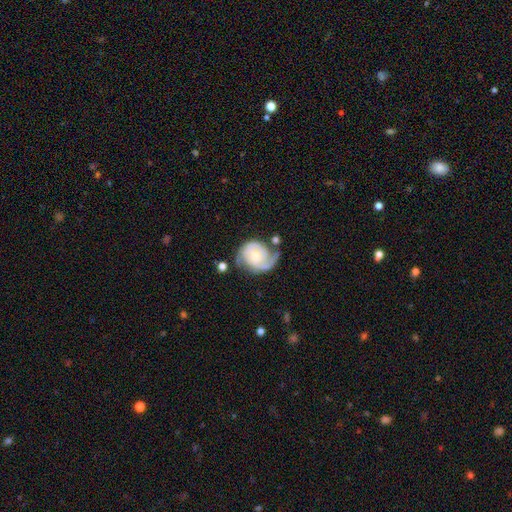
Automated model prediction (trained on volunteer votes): smooth_or_featured: featured or disk (p=0.83) [alt: smooth p=0.12]
disk_edge_on: no (p=0.98) [alt: yes p=0.02]
bar: no (p=0.70) [alt: weak p=0.26]
has_spiral_arms: yes (p=0.95) [alt: no p=0.05]
spiral_winding: tight (p=0.47) [alt: medium p=0.38]
spiral_arm_count: 2 (p=0.68) [alt: 1 p=0.18]
bulge_size: moderate (p=0.51) [alt: small p=0.40]
merging: none (p=0.50) [alt: minor disturbance p=0.25]